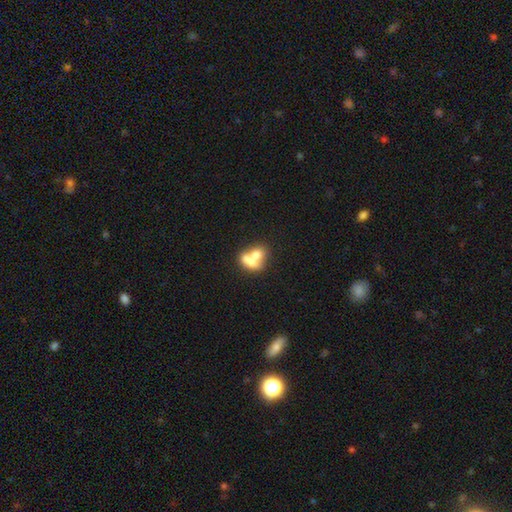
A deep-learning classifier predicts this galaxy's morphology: This appears to be a smooth galaxy with no disk features (65%) that is in between round and cigar-shaped (59%). Merging: merger (69%).